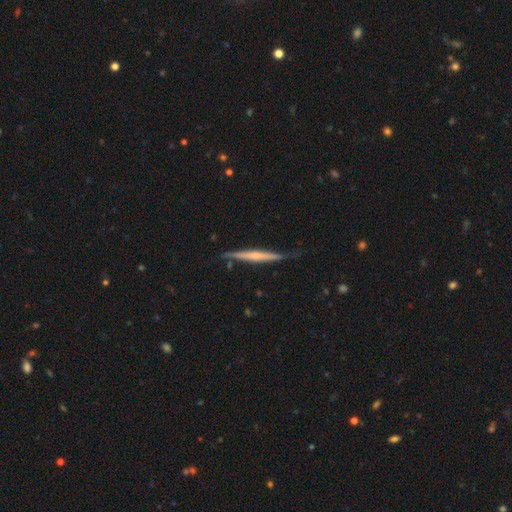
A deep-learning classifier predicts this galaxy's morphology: Q: Smooth or featured?
A: featured or disk (59%); runner-up: smooth (36%)
Q: Edge-on disk?
A: yes (96%); runner-up: no (4%)
Q: Edge-on bulge?
A: none (55%); runner-up: rounded (32%)
Q: Merging?
A: none (75%); runner-up: minor disturbance (19%)